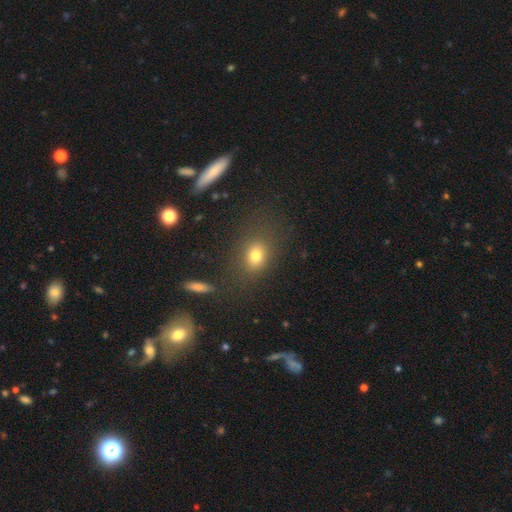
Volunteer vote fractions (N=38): This is likely a smooth galaxy (76%). How rounded: possibly in between (52%). Merging: clearly none (86%).